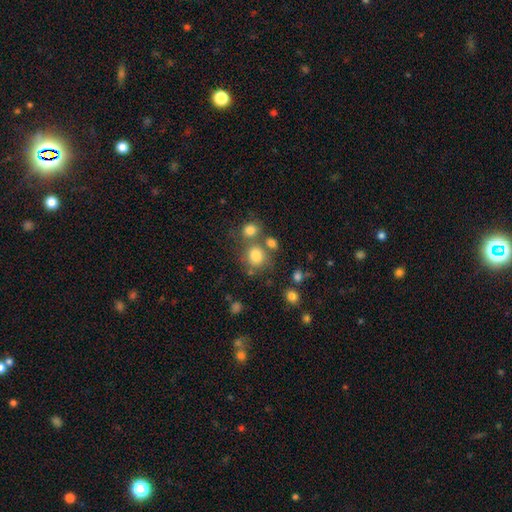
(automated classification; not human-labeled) Smooth or featured? Predicted: smooth (p=0.78). How rounded? Predicted: round (p=0.81). Merging? Predicted: none (p=0.58).